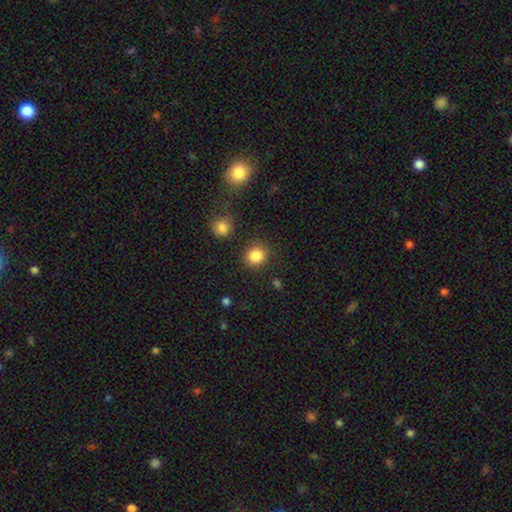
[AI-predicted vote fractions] Smooth or featured? Predicted: smooth (p=0.86). How rounded? Predicted: round (p=0.85). Merging? Predicted: none (p=0.84).